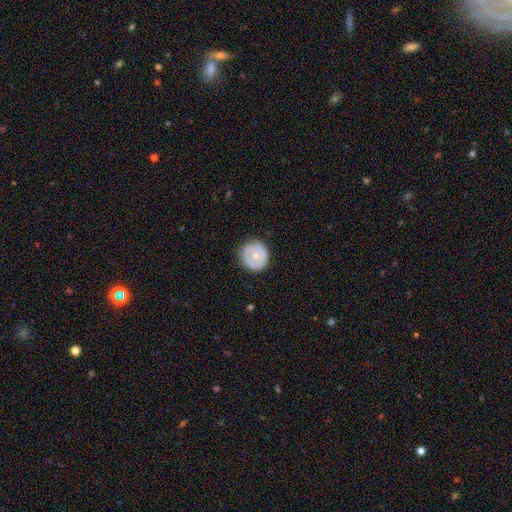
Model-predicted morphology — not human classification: A smooth galaxy with no disk features (60%) that is round (91%). Merging: none (83%).